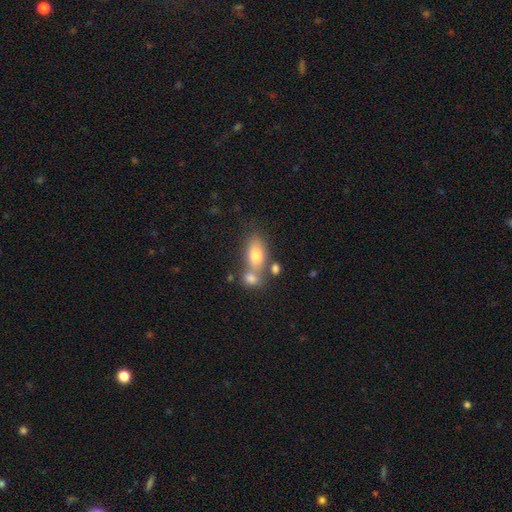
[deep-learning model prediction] smooth_or_featured: smooth (p=0.75) [alt: featured or disk p=0.16]
how_rounded: in between (p=0.83) [alt: round p=0.12]
merging: none (p=0.41) [alt: merger p=0.40]